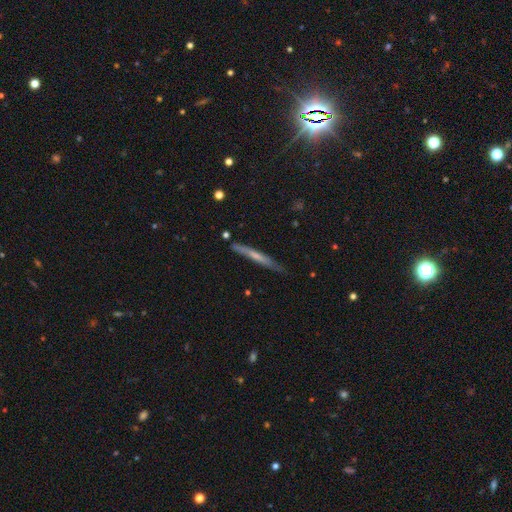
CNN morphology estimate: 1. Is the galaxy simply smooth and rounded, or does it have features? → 50% smooth, 44% featured or disk, 6% star or artifact.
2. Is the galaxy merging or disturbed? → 77% none, 18% minor disturbance, 3% major disturbance, 2% merger.